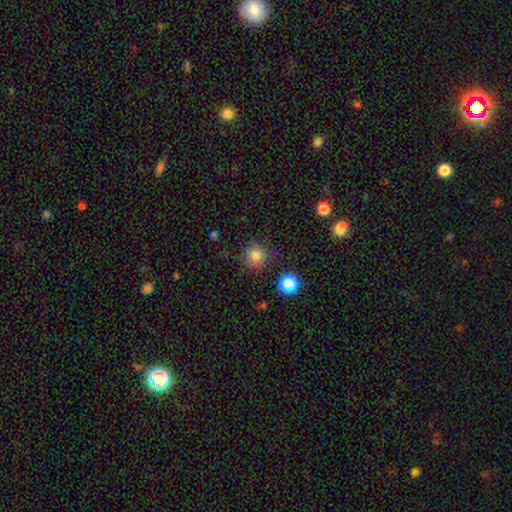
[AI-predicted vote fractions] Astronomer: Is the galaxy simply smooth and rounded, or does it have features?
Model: smooth — 82%.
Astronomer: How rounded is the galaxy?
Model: round — 94%.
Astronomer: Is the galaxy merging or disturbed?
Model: none — 83%.